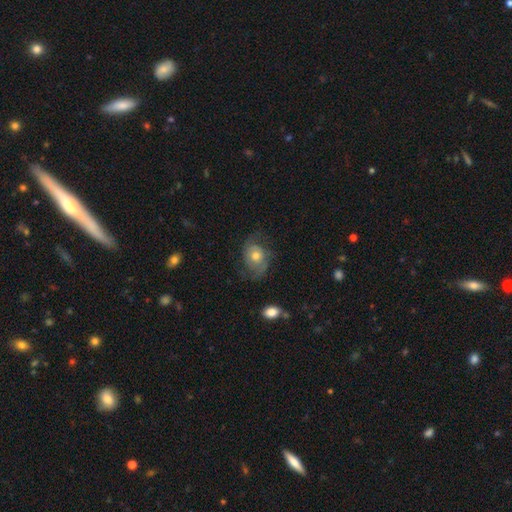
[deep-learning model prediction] Smooth or featured: featured or disk — 56% (smooth — 36%)
Edge-on disk: no — 96% (yes — 4%)
Bar: no — 81% (weak — 16%)
Spiral arms: yes — 75% (no — 25%)
Bulge size: moderate — 68% (small — 21%)
Merging: none — 56% (minor disturbance — 23%)